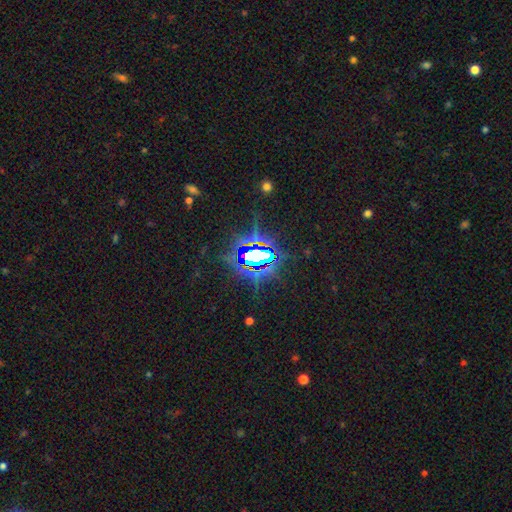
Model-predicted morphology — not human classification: star or artifact 78%, featured or disk 12%, smooth 10%.